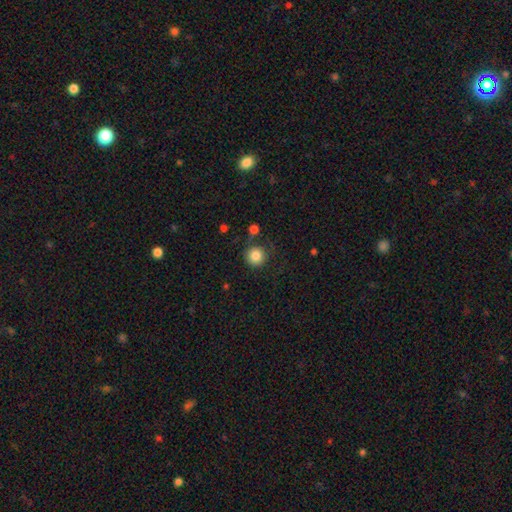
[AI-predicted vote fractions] This appears to be a smooth galaxy with no disk features (84%) that is round (94%). Merging: none (75%).